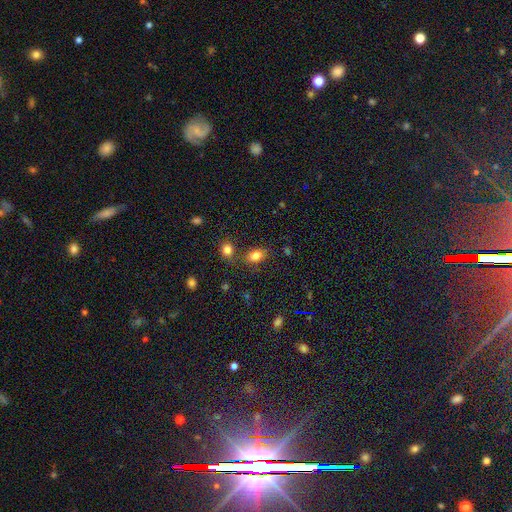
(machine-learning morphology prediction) Overall: smooth (79%). How rounded: in between (76%). Merging: none (72%).